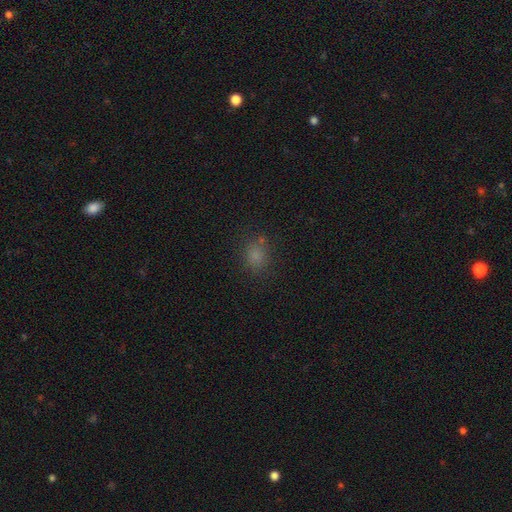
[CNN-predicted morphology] type=smooth (75%); roundness=round (55%); merging=none (76%).